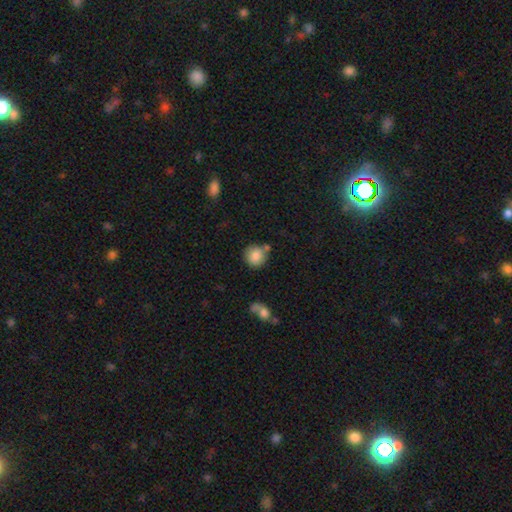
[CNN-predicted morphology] A smooth galaxy with no disk features (85%) that is round (89%). Merging: none (70%).